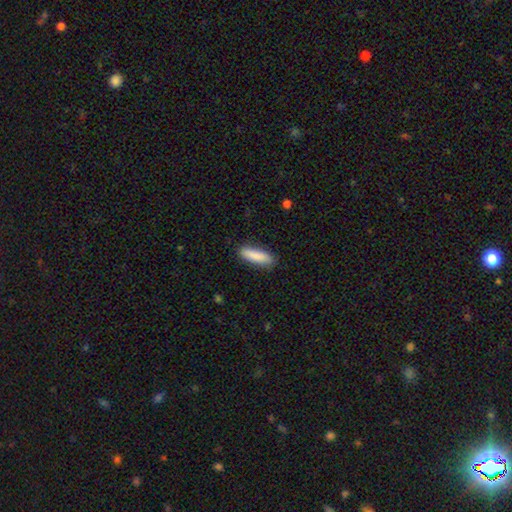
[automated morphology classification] Overall: smooth (88%). How rounded: cigar-shaped (58%; in between 40%). Merging: none (86%).